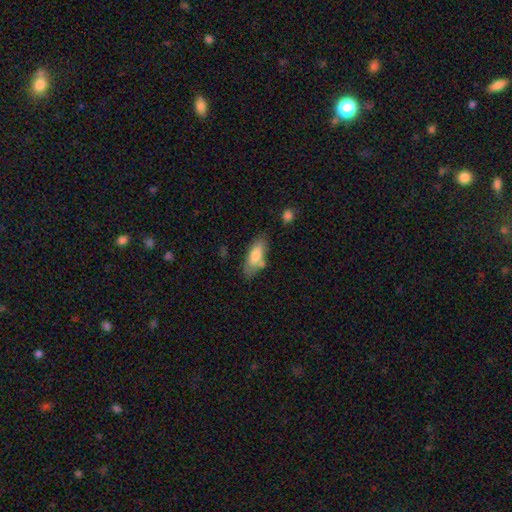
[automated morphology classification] Smooth or featured: smooth — 78% (featured or disk — 16%)
How rounded: in between — 74% (cigar-shaped — 24%)
Merging: none — 63% (minor disturbance — 21%)